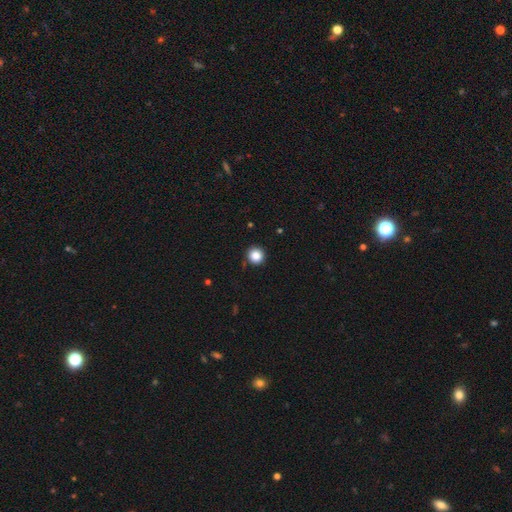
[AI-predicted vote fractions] Overall: smooth (86%). How rounded: round (95%). Merging: none (89%).